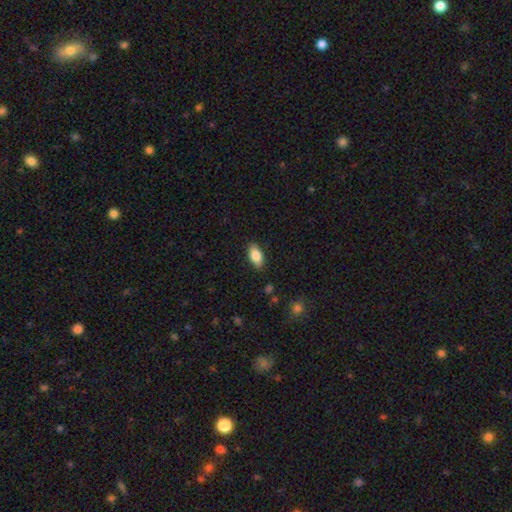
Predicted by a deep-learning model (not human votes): A smooth galaxy with no disk features (81%) that is in between round and cigar-shaped (89%). Merging: none (87%).